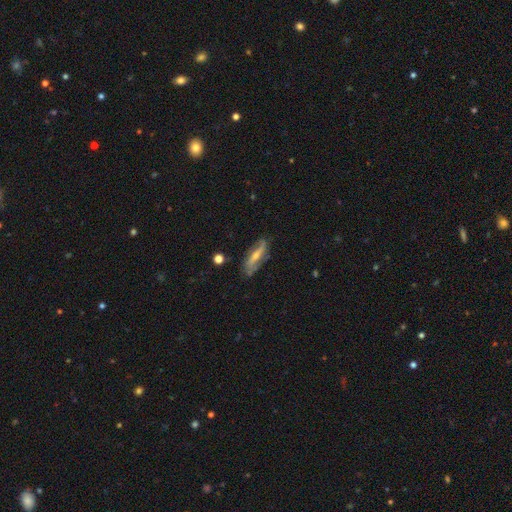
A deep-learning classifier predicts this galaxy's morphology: The model was most divided on "bulge size": small: 47%, moderate: 46%, none: 4%, large: 3%, dominant: 1%. Remaining: spiral arms — yes (88%); merging — none (75%); smooth or featured — featured or disk (73%); edge-on disk — no (72%); bar — strong (39%).